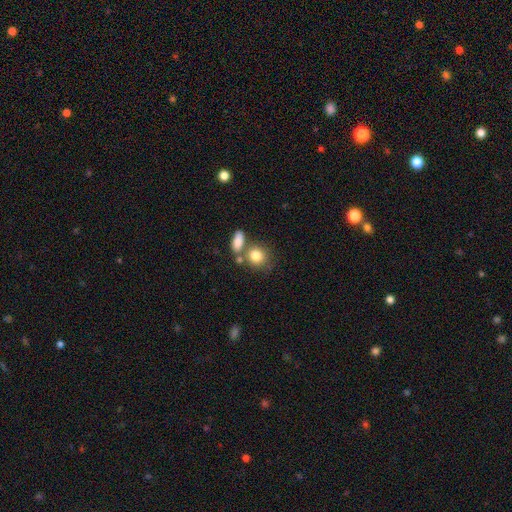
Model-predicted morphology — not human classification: Smooth or featured: smooth — 81% (featured or disk — 10%)
How rounded: round — 72% (in between — 27%)
Merging: none — 50% (merger — 33%)